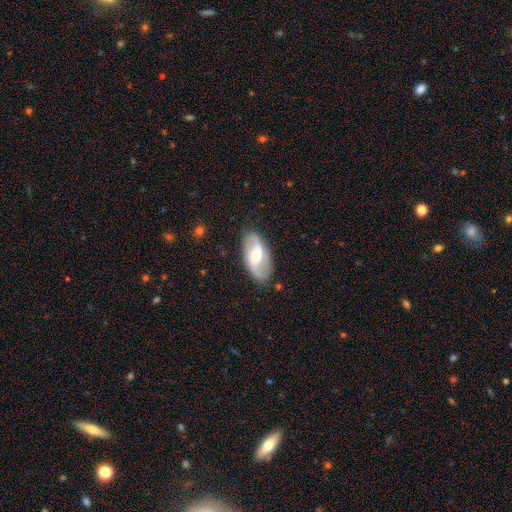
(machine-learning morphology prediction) Smooth or featured?
  - featured or disk: 77% *
  - smooth: 18%
  - star or artifact: 5%
Edge-on disk?
  - no: 94% *
  - yes: 6%
Bar?
  - weak: 44% *
  - no: 36%
  - strong: 20%
Spiral arms?
  - yes: 90% *
  - no: 10%
Spiral winding?
  - loose: 50% *
  - medium: 37%
  - tight: 14%
Spiral arm count?
  - 2: 90% *
  - can't tell: 5%
  - 1: 2%
  - 3: 1%
  - 4: 1%
  - more than 4: 1%
Bulge size?
  - moderate: 56% *
  - small: 38%
  - large: 4%
  - none: 1%
  - dominant: 1%
Merging?
  - none: 83% *
  - minor disturbance: 12%
  - major disturbance: 3%
  - merger: 1%